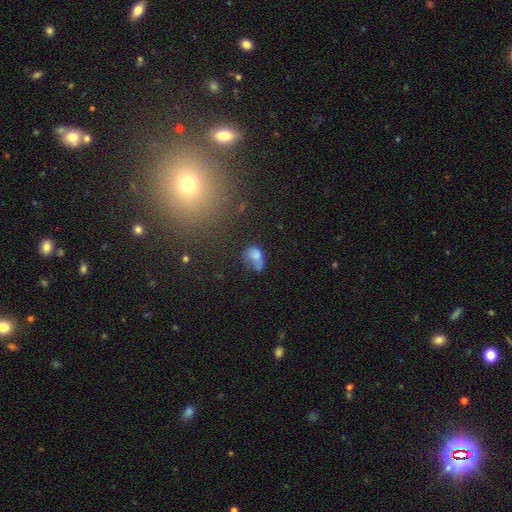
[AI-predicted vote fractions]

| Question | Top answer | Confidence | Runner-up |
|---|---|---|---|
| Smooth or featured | smooth | 61% | featured or disk (24%) |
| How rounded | in between | 76% | round (22%) |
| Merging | none | 27% | major disturbance (26%) |